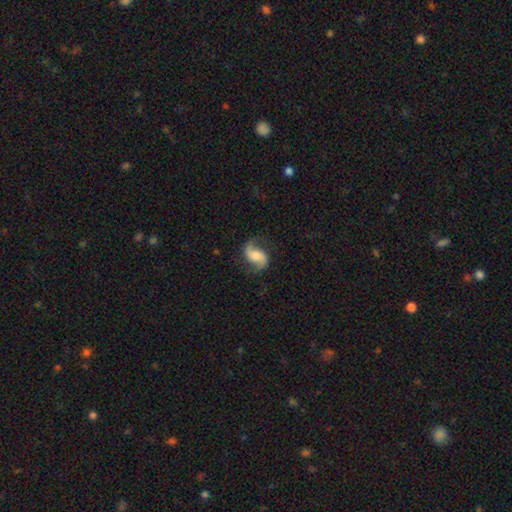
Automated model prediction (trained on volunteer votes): smooth_or_featured: featured or disk (p=0.81) [alt: smooth p=0.13]
disk_edge_on: no (p=0.98) [alt: yes p=0.02]
bar: no (p=0.51) [alt: weak p=0.36]
has_spiral_arms: yes (p=0.96) [alt: no p=0.04]
spiral_winding: loose (p=0.58) [alt: medium p=0.34]
spiral_arm_count: 2 (p=0.91) [alt: 1 p=0.04]
bulge_size: moderate (p=0.47) [alt: small p=0.23]
merging: none (p=0.73) [alt: minor disturbance p=0.16]